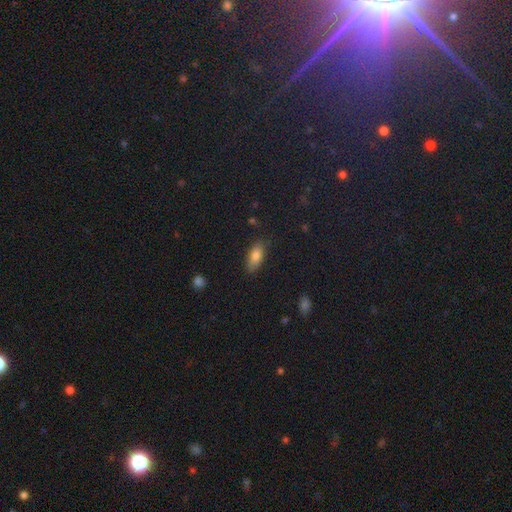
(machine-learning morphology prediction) Smooth or featured? smooth (82%)
How rounded? in between (86%)
Merging? none (82%)